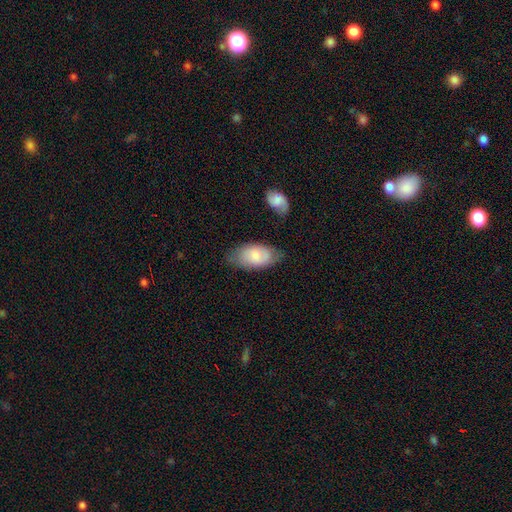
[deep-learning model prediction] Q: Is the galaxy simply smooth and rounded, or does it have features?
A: smooth — 71%.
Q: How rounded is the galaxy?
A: in between — 94%.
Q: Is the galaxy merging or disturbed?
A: none — 67%.